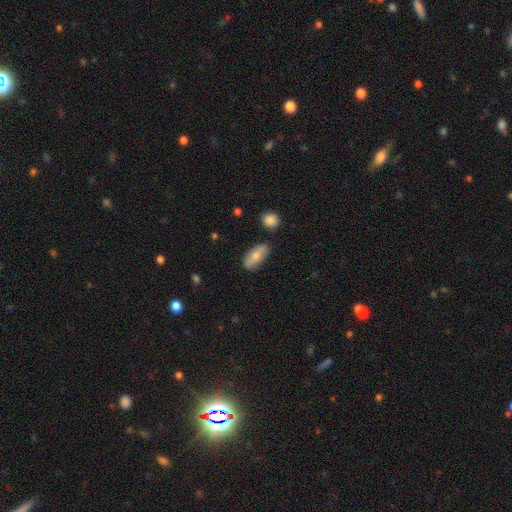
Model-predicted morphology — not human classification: Smooth or featured? smooth (71%)
How rounded? in between (83%)
Merging? none (79%)